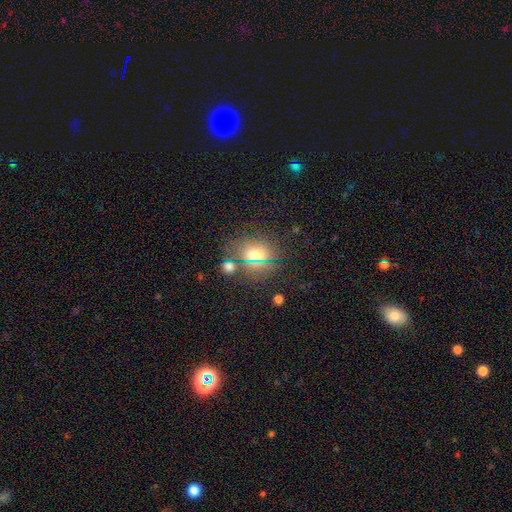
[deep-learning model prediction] smooth-or-featured: smooth: 57% | star or artifact: 30% | featured or disk: 12%
  how-rounded: round: 69% | in between: 29% | cigar-shaped: 2%
  merging: none: 76% | minor disturbance: 11% | merger: 8% | major disturbance: 5%